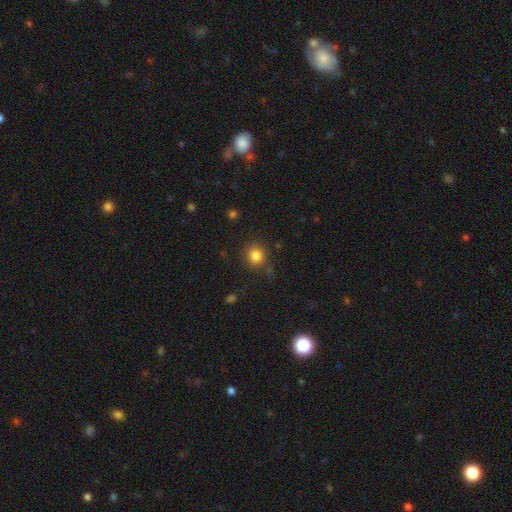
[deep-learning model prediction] Overall: smooth (83%). How rounded: round (85%). Merging: none (81%).